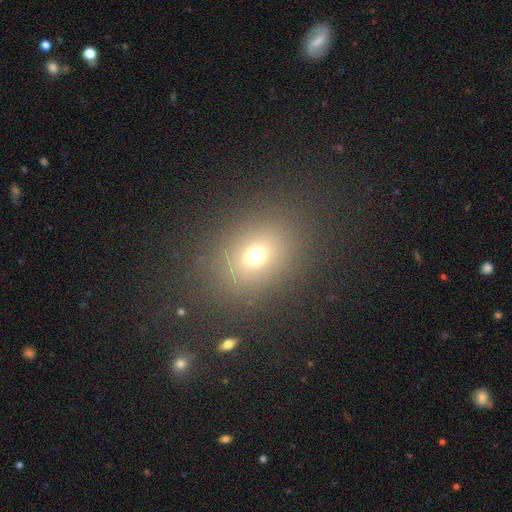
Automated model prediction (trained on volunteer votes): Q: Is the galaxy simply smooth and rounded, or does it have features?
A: smooth — 67%.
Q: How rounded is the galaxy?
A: round — 49%, tied with in between.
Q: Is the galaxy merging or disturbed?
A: none — 82%.